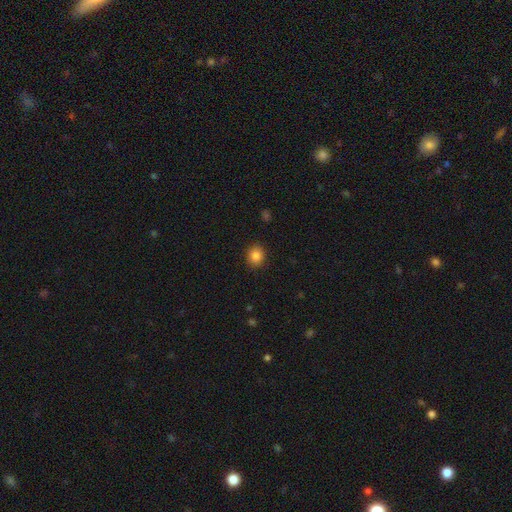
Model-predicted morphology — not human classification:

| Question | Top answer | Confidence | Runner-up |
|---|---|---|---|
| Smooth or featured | smooth | 85% | star or artifact (10%) |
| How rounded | round | 73% | in between (27%) |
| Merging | none | 89% | minor disturbance (8%) |